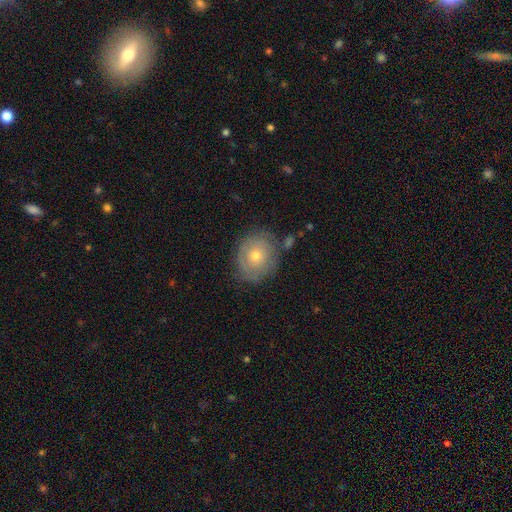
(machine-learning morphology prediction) A smooth galaxy with no disk features (59%) that is round (69%). Merging: none (73%).